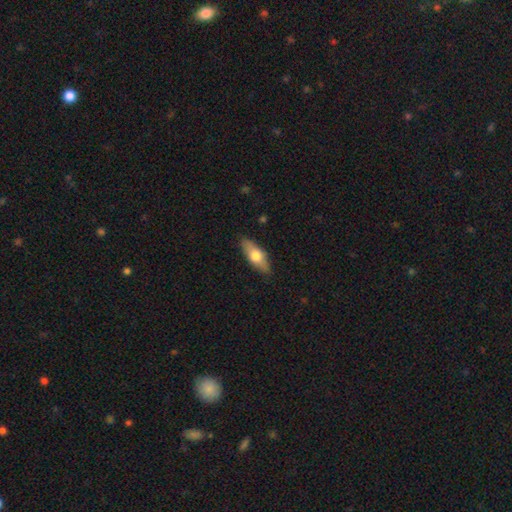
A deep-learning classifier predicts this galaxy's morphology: smooth_or_featured: smooth (p=0.58) [alt: featured or disk p=0.37]
how_rounded: in between (p=0.69) [alt: cigar-shaped p=0.28]
merging: none (p=0.86) [alt: minor disturbance p=0.11]